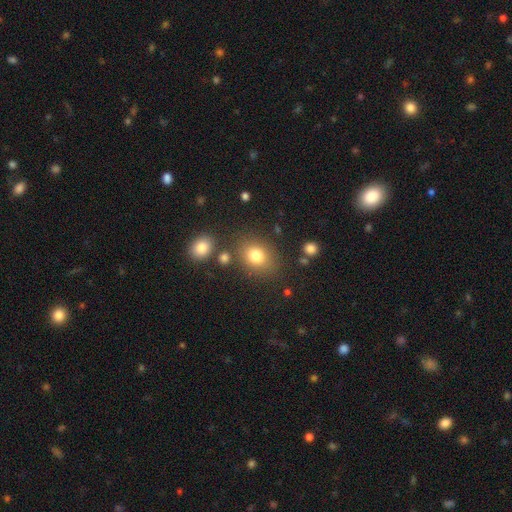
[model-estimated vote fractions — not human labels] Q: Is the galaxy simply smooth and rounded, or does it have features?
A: smooth — 78%.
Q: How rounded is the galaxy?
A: round — 53%.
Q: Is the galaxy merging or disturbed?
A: none — 77%.